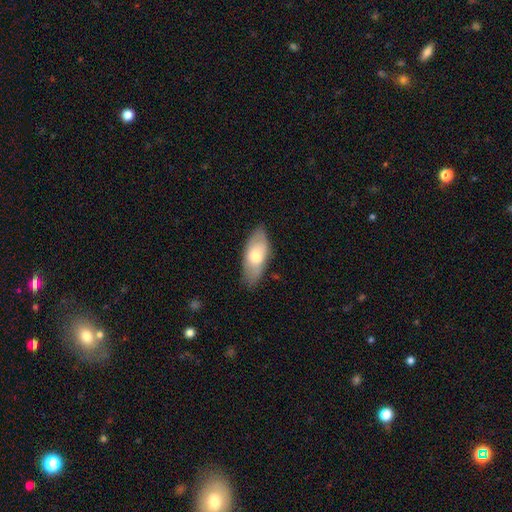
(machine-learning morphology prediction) Overall: smooth (68%). How rounded: in between (85%). Merging: none (79%).